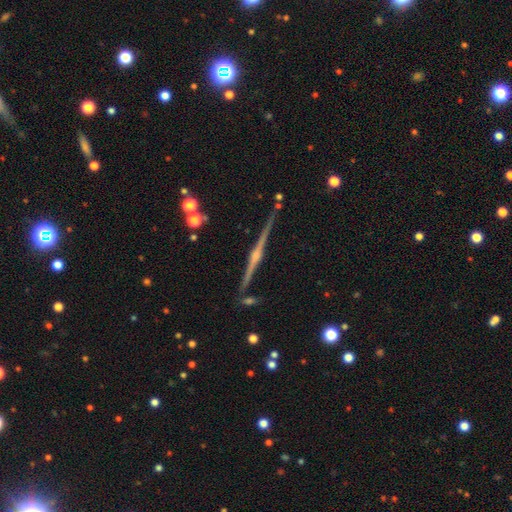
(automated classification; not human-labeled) smooth_or_featured: featured or disk (p=0.87) [alt: star or artifact p=0.07]
disk_edge_on: yes (p=0.99) [alt: no p=0.01]
edge_on_bulge: rounded (p=0.84) [alt: boxy p=0.08]
merging: none (p=0.88) [alt: minor disturbance p=0.08]